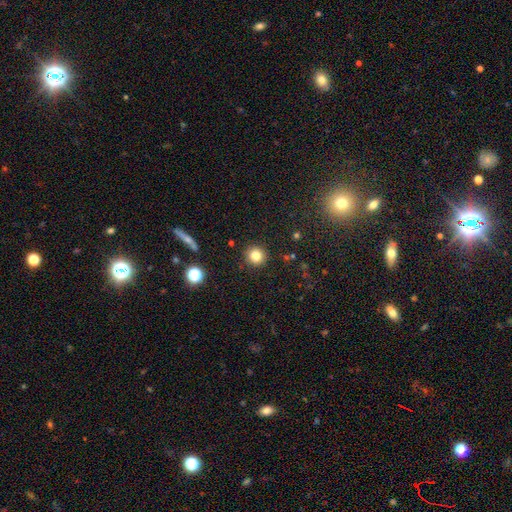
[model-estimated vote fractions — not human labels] Smooth or featured?
  - smooth: 81% *
  - star or artifact: 12%
  - featured or disk: 7%
How rounded?
  - round: 93% *
  - in between: 6%
  - cigar-shaped: 1%
Merging?
  - none: 91% *
  - minor disturbance: 5%
  - major disturbance: 2%
  - merger: 1%